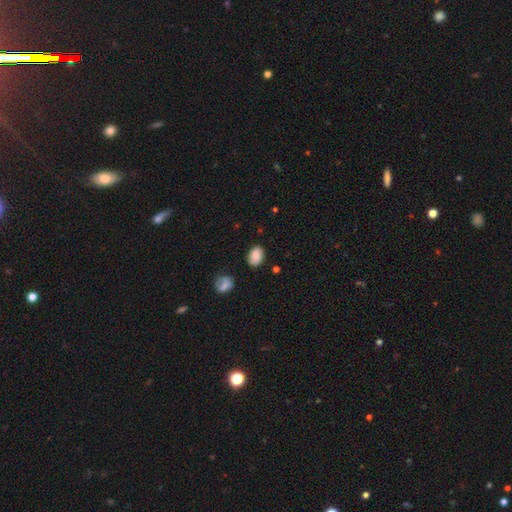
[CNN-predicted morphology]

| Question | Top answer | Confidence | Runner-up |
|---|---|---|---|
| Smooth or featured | smooth | 84% | star or artifact (8%) |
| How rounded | in between | 80% | round (19%) |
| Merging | none | 80% | minor disturbance (14%) |